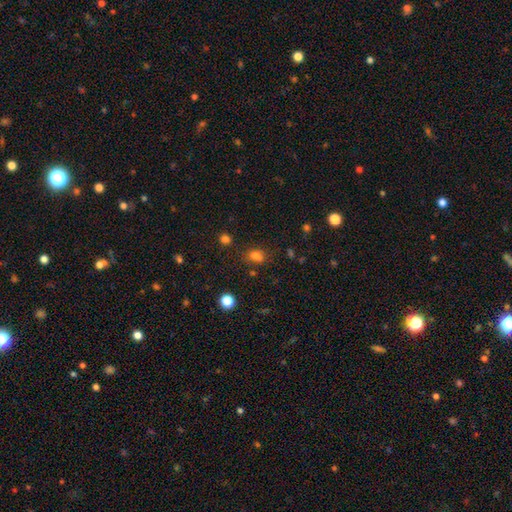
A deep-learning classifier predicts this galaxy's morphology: Smooth or featured?
  - smooth: 74% *
  - star or artifact: 19%
  - featured or disk: 8%
How rounded?
  - in between: 58% *
  - round: 41%
  - cigar-shaped: 2%
Merging?
  - none: 61% *
  - minor disturbance: 18%
  - merger: 15%
  - major disturbance: 6%